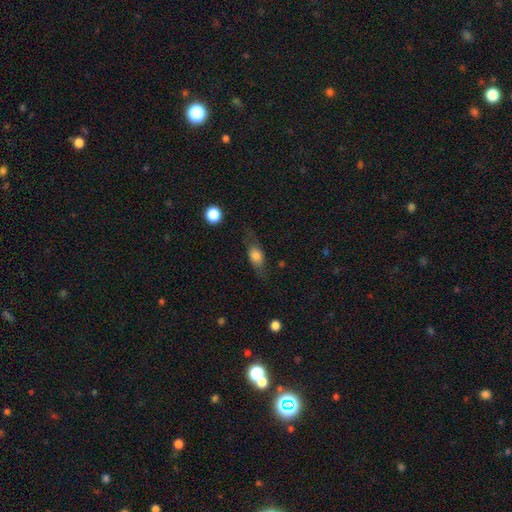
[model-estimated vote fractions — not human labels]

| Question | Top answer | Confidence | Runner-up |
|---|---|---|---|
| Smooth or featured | smooth | 62% | featured or disk (29%) |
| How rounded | in between | 66% | cigar-shaped (23%) |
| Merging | none | 67% | minor disturbance (21%) |